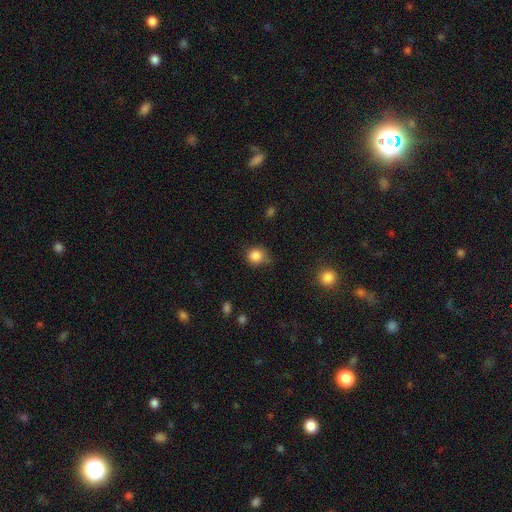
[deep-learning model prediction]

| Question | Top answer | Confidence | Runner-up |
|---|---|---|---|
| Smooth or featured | smooth | 85% | star or artifact (11%) |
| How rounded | round | 89% | in between (11%) |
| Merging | none | 70% | minor disturbance (21%) |